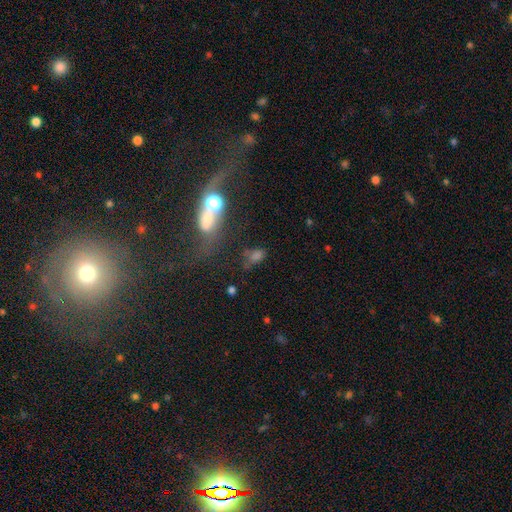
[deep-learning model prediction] Smooth or featured? smooth (55%)
How rounded? in between (69%)
Merging? none (40%)